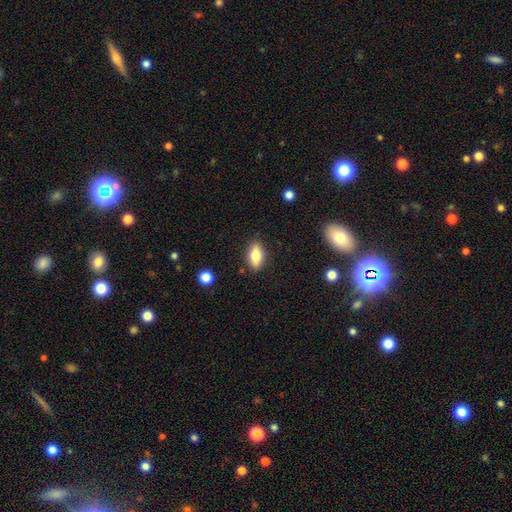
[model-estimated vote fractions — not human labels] smooth 73%, featured or disk 20%, star or artifact 8%. Down the decision tree: how rounded — in between (82%); merging — none (86%).